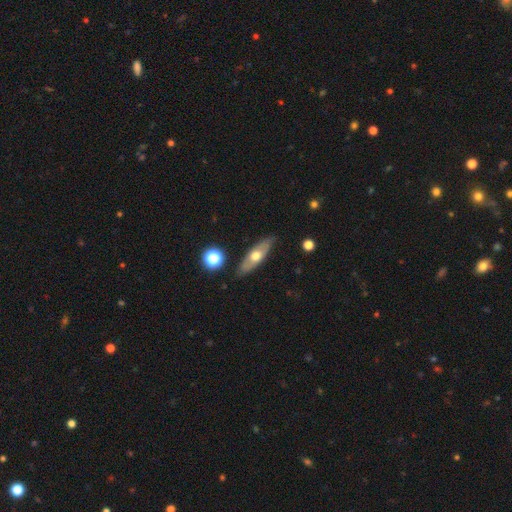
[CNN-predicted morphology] type=smooth (49%); merging=none (84%).